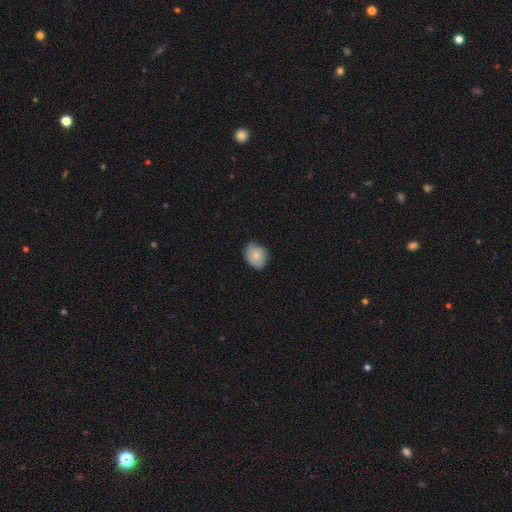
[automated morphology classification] Overall: smooth (73%). How rounded: round (56%; in between 43%). Merging: none (57%; minor disturbance 36%).